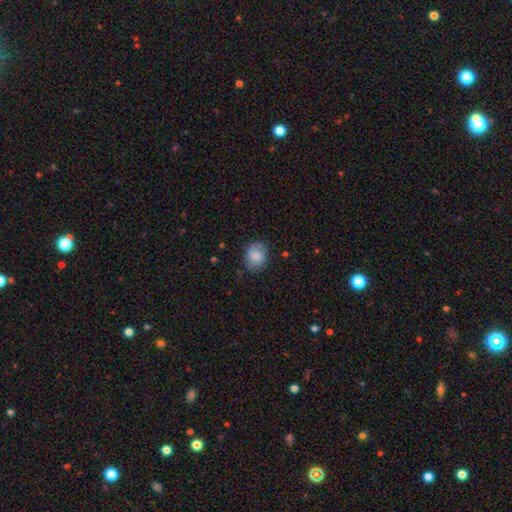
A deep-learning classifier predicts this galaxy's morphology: Smooth or featured: smooth — 81% (featured or disk — 12%)
How rounded: round — 55% (in between — 44%)
Merging: none — 73% (minor disturbance — 21%)